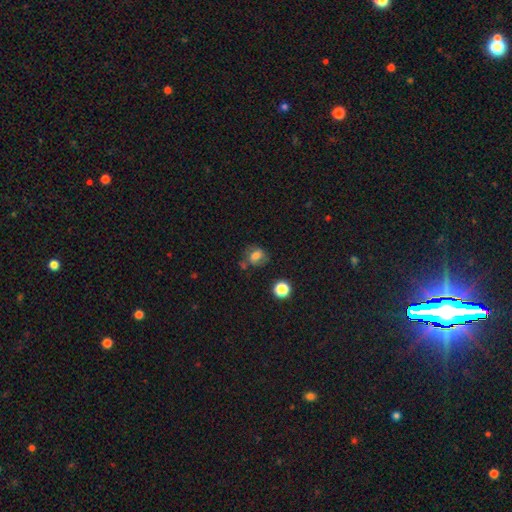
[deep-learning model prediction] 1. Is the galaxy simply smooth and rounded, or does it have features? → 71% smooth, 15% featured or disk, 14% star or artifact.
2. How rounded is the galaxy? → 55% round, 43% in between, 1% cigar-shaped.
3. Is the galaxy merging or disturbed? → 58% none, 22% minor disturbance, 10% major disturbance, 10% merger.